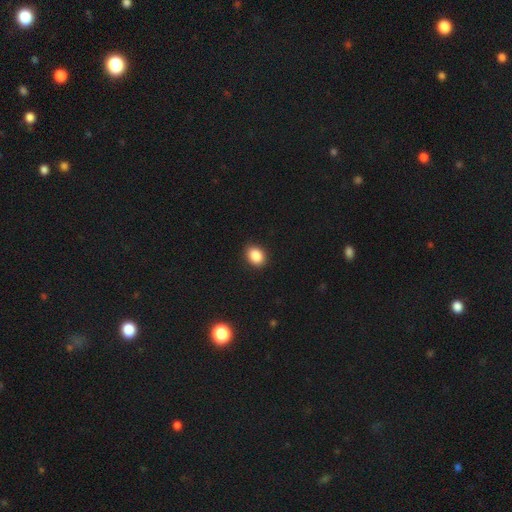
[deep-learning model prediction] Overall: smooth (87%). How rounded: in between (63%; round 36%). Merging: none (88%).